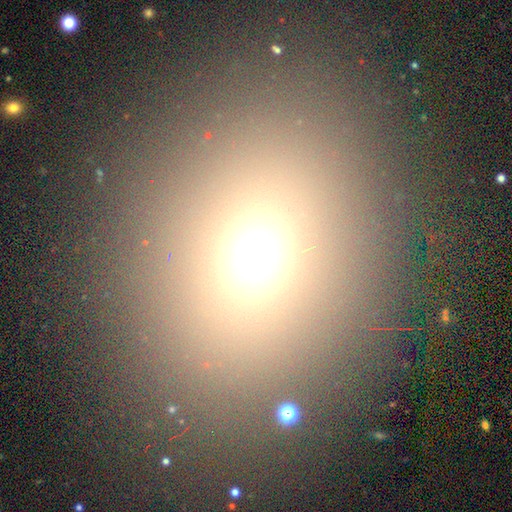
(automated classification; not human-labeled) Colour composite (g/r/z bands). It shows a smooth galaxy with no disk features (64%) that is round (57%). Merging: none (84%).